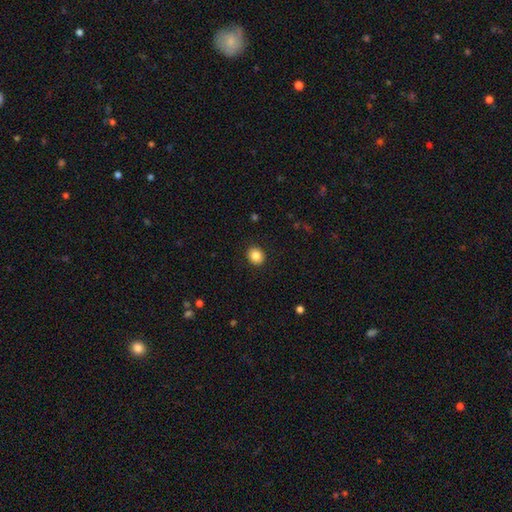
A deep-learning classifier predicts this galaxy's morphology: The model was most divided on "how rounded": round: 72%, in between: 27%, cigar-shaped: 1%. More confident: merging — none (92%); smooth or featured — smooth (86%).